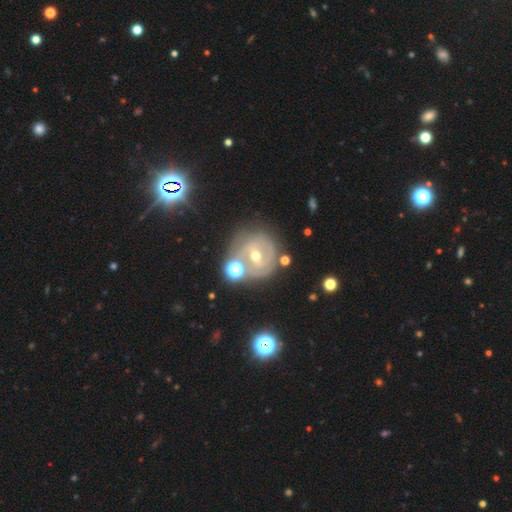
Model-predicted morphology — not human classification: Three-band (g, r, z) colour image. It shows a featured or disk galaxy (71%) with a weak bar (40%, tied with no), 2 (42%) tight (63%) spiral arms (79%) and a moderate central bulge (52%). Merging: none (65%).